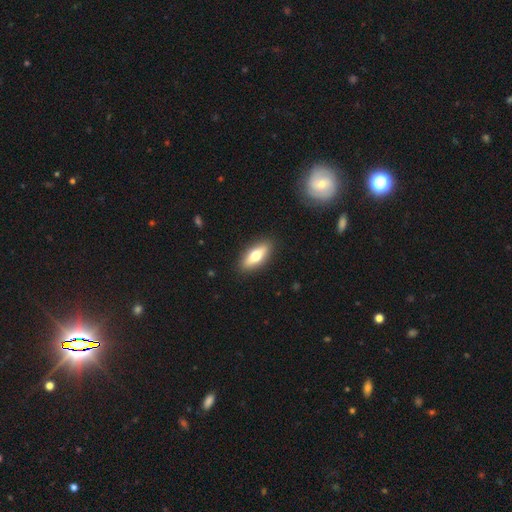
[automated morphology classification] Smooth or featured?
  - smooth: 56% *
  - featured or disk: 38%
  - star or artifact: 6%
How rounded?
  - in between: 66% *
  - cigar-shaped: 31%
  - round: 3%
Merging?
  - none: 89% *
  - minor disturbance: 8%
  - major disturbance: 2%
  - merger: 1%